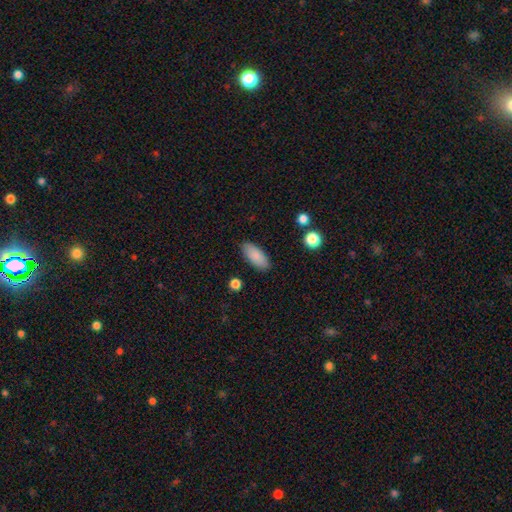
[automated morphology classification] A smooth galaxy with no disk features (86%) that is in between round and cigar-shaped (85%).

Vote fractions:
- Smooth or featured? smooth: 86% / featured or disk: 7% / star or artifact: 7%
- How rounded? in between: 85% / cigar-shaped: 12% / round: 2%
- Merging? none: 87% / minor disturbance: 10% / major disturbance: 2% / merger: 1%